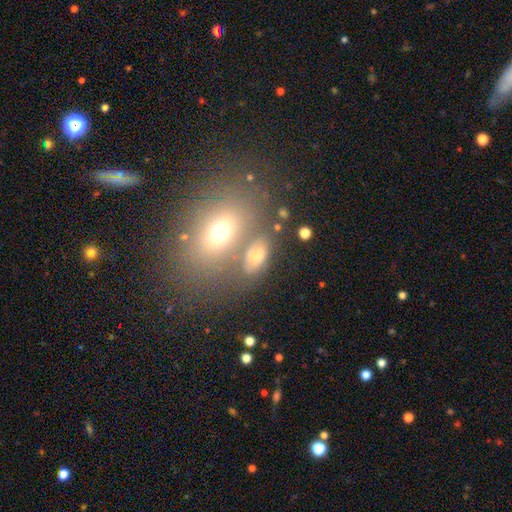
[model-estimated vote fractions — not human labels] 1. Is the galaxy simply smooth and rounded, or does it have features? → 67% smooth, 19% featured or disk, 14% star or artifact.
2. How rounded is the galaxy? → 82% in between, 14% round, 4% cigar-shaped.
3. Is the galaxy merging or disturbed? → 57% none, 20% merger, 14% minor disturbance, 8% major disturbance.